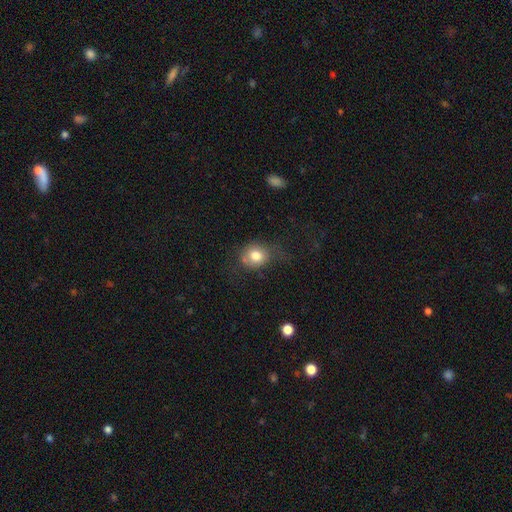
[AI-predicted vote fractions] Smooth or featured?
  - smooth: 77% *
  - featured or disk: 13%
  - star or artifact: 10%
How rounded?
  - round: 66% *
  - in between: 33%
  - cigar-shaped: 1%
Merging?
  - none: 51% *
  - minor disturbance: 29%
  - major disturbance: 16%
  - merger: 4%